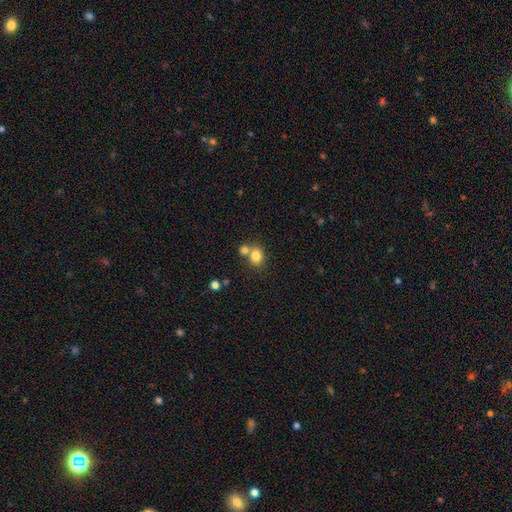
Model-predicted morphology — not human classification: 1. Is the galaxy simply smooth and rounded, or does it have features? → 80% smooth, 11% star or artifact, 8% featured or disk.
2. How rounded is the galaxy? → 56% round, 43% in between, 1% cigar-shaped.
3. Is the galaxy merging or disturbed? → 49% none, 39% merger, 9% minor disturbance, 4% major disturbance.